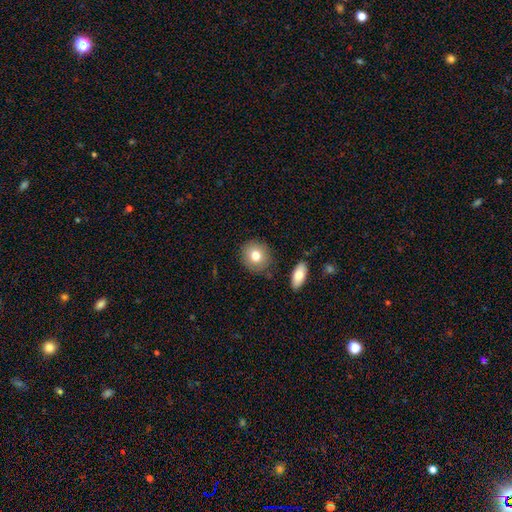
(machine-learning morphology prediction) Smooth or featured? smooth (78%)
How rounded? round (80%)
Merging? none (84%)